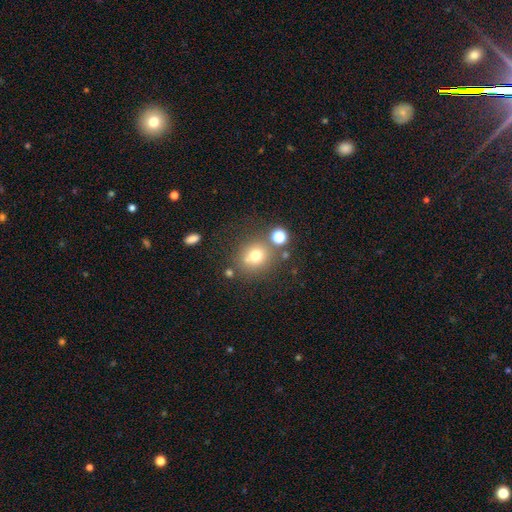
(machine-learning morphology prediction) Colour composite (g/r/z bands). It shows a smooth galaxy with no disk features (70%) that is round (84%). Merging: none (68%).